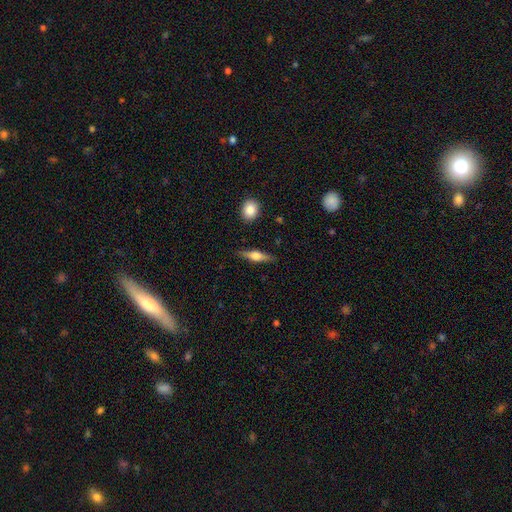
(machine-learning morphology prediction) Smooth or featured? featured or disk (56%)
Edge-on disk? yes (95%)
Edge-on bulge? rounded (87%)
Merging? none (86%)